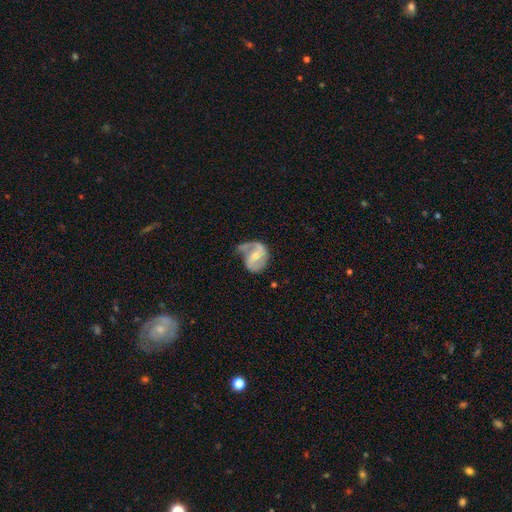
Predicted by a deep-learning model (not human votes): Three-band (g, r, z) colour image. It shows a featured or disk galaxy (77%) with a weak bar (46%), 2 (67%) medium (45%) spiral arms (89%) and a small central bulge (48%). Merging: none (41%).